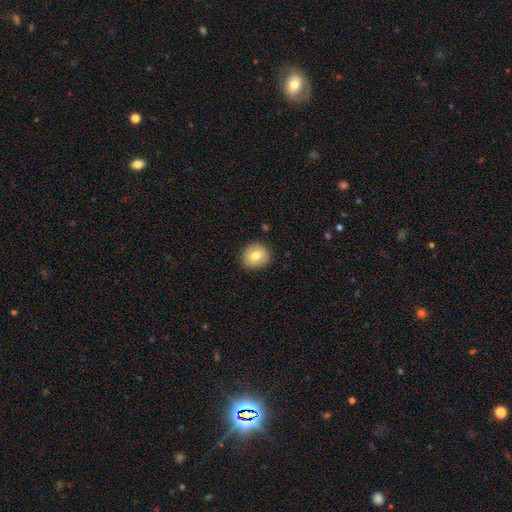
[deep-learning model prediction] The model was most divided on "smooth or featured": smooth: 77%, featured or disk: 14%, star or artifact: 8%. More confident: merging — none (88%); how rounded — round (84%).